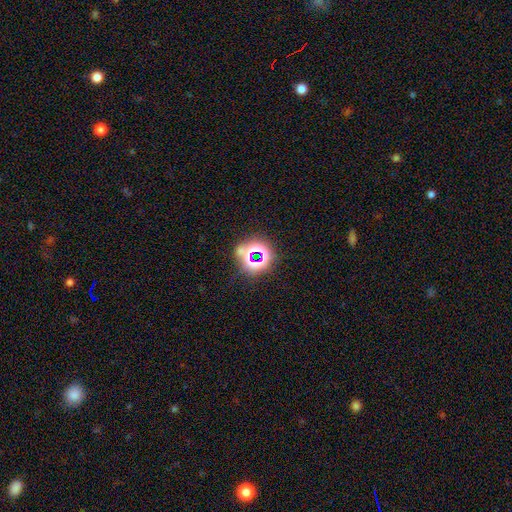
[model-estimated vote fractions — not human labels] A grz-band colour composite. It shows a star or artifact, not a galaxy (63%).